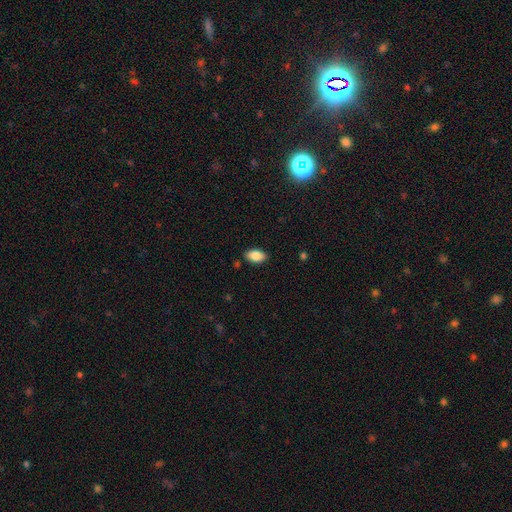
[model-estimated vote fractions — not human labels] This appears to be a smooth galaxy with no disk features (87%) that is in between round and cigar-shaped (93%). Merging: none (87%).